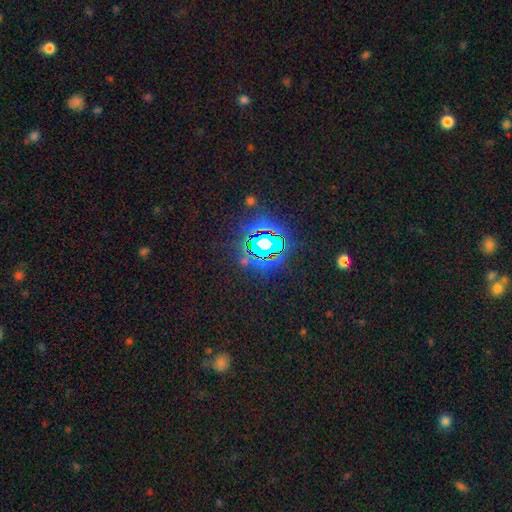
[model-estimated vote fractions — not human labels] smooth_or_featured: star or artifact (p=0.83) [alt: smooth p=0.10]